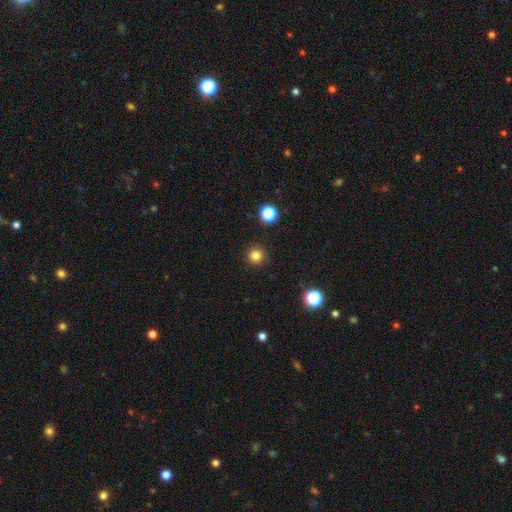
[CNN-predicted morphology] Overall: smooth (82%). How rounded: round (96%). Merging: none (92%).